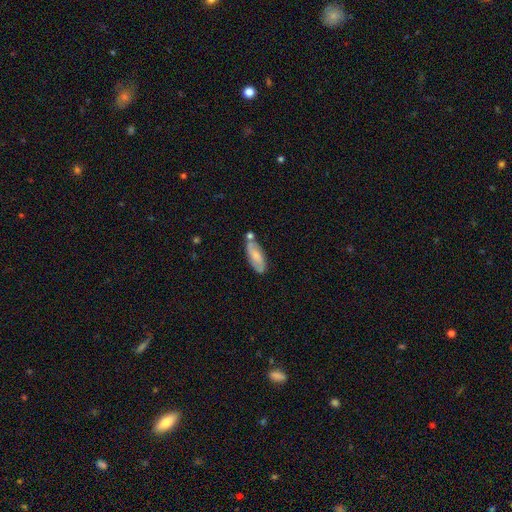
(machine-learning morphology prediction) smooth_or_featured: smooth (p=0.57) [alt: featured or disk p=0.37]
how_rounded: in between (p=0.72) [alt: cigar-shaped p=0.26]
merging: none (p=0.61) [alt: minor disturbance p=0.19]